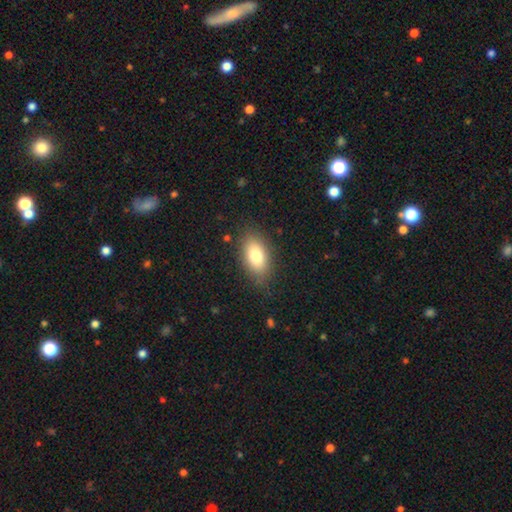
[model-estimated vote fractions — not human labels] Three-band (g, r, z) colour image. It shows a smooth galaxy with no disk features (79%) that is in between round and cigar-shaped (90%). Merging: none (83%).